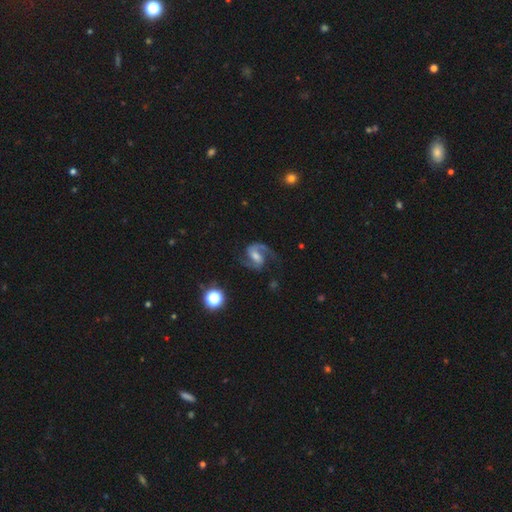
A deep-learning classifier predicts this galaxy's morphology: The model was most divided on "bulge size": moderate: 48%, small: 31%, large: 10%, none: 10%, dominant: 2%. Remaining: edge-on disk — no (98%); spiral arms — yes (98%); spiral arm count — 2 (92%); smooth or featured — featured or disk (89%); merging — none (74%); spiral winding — medium (60%); bar — weak (50%).